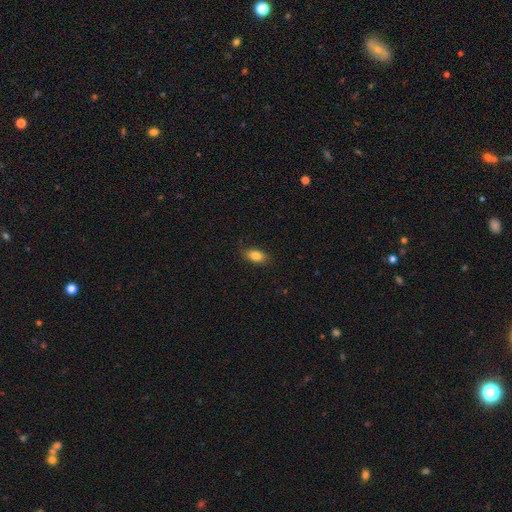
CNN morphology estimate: Q: Smooth or featured?
A: smooth (83%); runner-up: featured or disk (9%)
Q: How rounded?
A: in between (88%); runner-up: cigar-shaped (7%)
Q: Merging?
A: none (86%); runner-up: minor disturbance (11%)